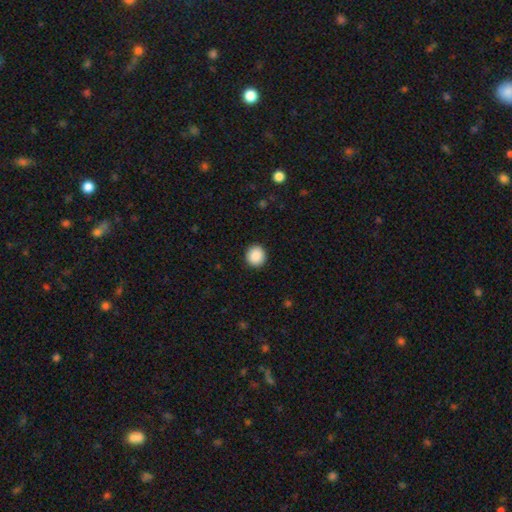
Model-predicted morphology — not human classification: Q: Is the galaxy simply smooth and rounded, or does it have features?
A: smooth — 90%.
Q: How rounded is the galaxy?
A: round — 91%.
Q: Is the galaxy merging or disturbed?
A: none — 92%.